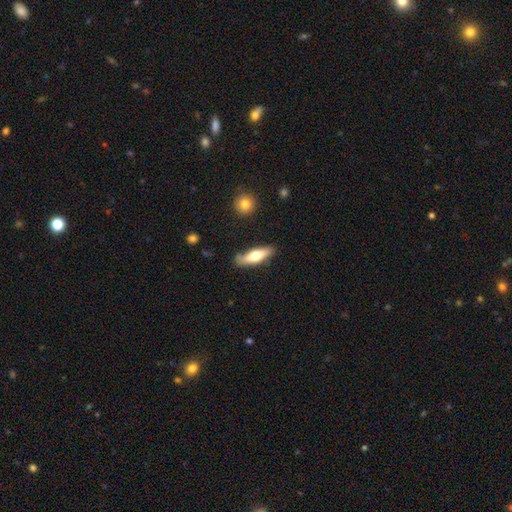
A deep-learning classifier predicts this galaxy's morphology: The model was most divided on "how rounded": cigar-shaped: 56%, in between: 42%, round: 2%. More confident: merging — none (79%); smooth or featured — smooth (58%).